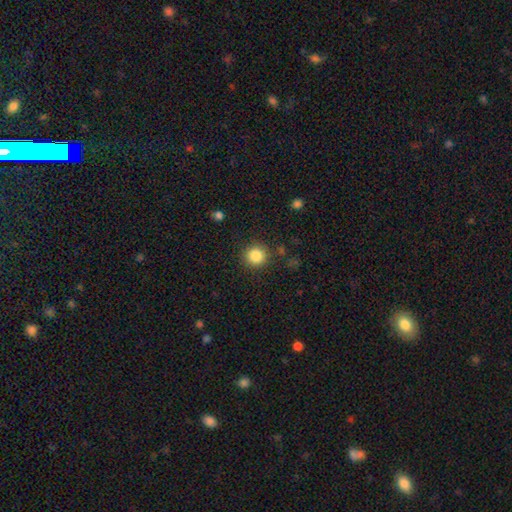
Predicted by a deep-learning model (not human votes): smooth-or-featured: smooth: 85% | star or artifact: 10% | featured or disk: 5%
  how-rounded: round: 93% | in between: 6% | cigar-shaped: 1%
  merging: none: 88% | minor disturbance: 7% | major disturbance: 3% | merger: 2%